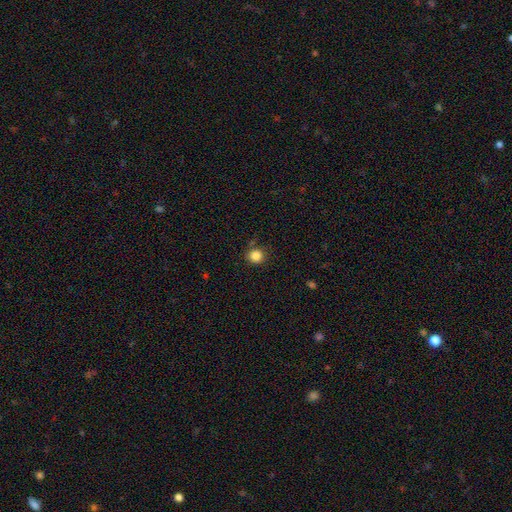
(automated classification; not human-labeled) Smooth or featured?
  - smooth: 85% *
  - star or artifact: 11%
  - featured or disk: 4%
How rounded?
  - round: 89% *
  - in between: 10%
  - cigar-shaped: 1%
Merging?
  - none: 84% *
  - minor disturbance: 10%
  - merger: 3%
  - major disturbance: 3%